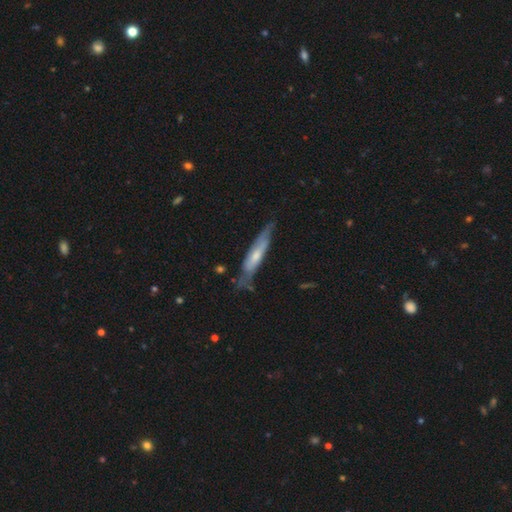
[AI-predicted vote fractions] featured or disk 52%, smooth 42%, star or artifact 6%. Down the decision tree: edge-on disk — yes (63%); merging — none (63%).